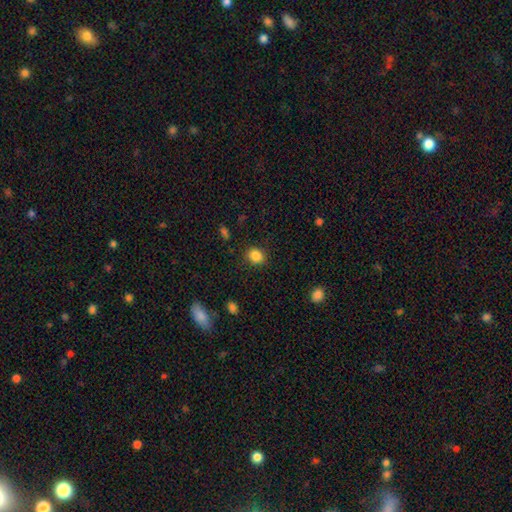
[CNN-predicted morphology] Overall: smooth (86%). How rounded: round (67%; in between 32%). Merging: none (87%).